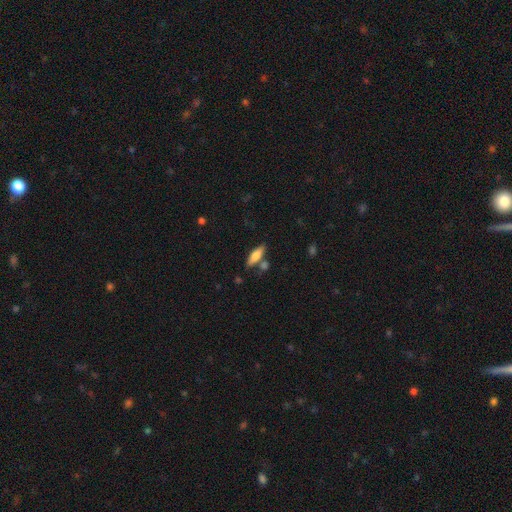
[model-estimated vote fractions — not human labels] smooth-or-featured: smooth: 64% | featured or disk: 29% | star or artifact: 7%
  how-rounded: cigar-shaped: 51% | in between: 47% | round: 2%
  merging: none: 71% | minor disturbance: 13% | merger: 12% | major disturbance: 4%